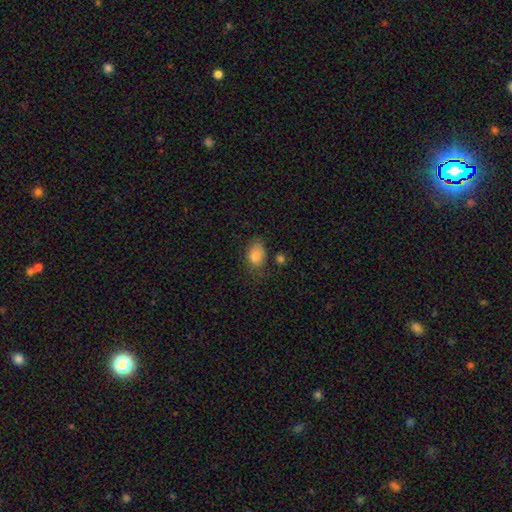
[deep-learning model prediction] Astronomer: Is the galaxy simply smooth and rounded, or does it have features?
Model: smooth — 82%.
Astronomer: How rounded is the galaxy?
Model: in between — 80%.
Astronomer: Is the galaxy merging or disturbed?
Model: none — 56%.